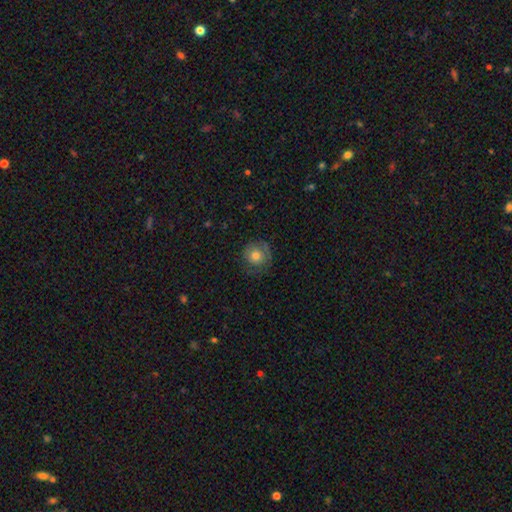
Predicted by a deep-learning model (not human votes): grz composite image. It shows a smooth galaxy with no disk features (68%) that is round (90%). Merging: none (69%).